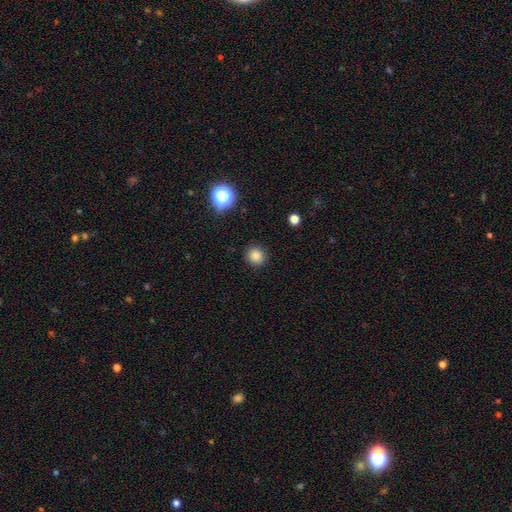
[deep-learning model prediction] A smooth galaxy with no disk features (84%) that is round (89%). Merging: none (90%).